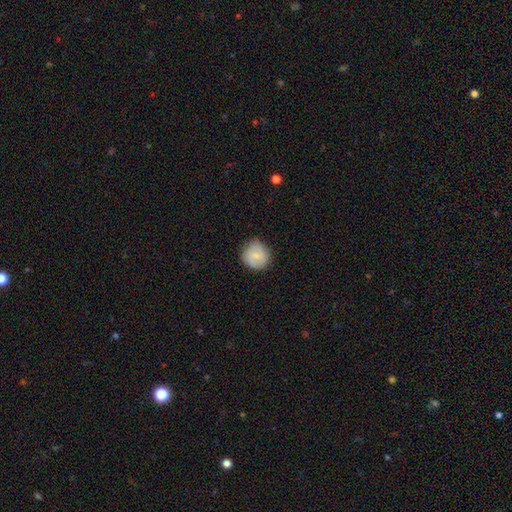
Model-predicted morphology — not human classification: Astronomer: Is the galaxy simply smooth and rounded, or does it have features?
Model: smooth — 73%.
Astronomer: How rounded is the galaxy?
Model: round — 88%.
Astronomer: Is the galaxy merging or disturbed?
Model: none — 80%.